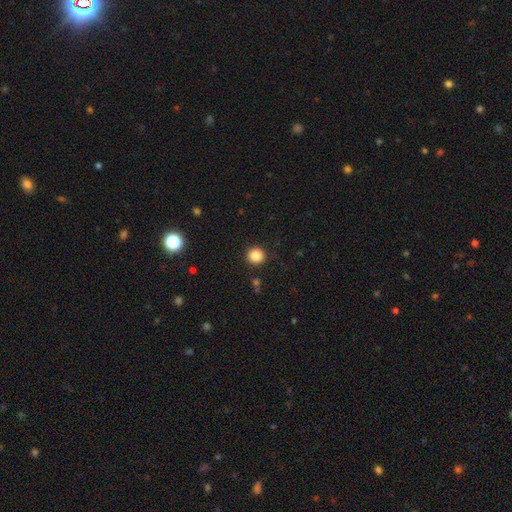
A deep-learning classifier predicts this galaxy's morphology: smooth 85%, star or artifact 11%, featured or disk 4%. Down the decision tree: how rounded — round (93%); merging — none (90%).